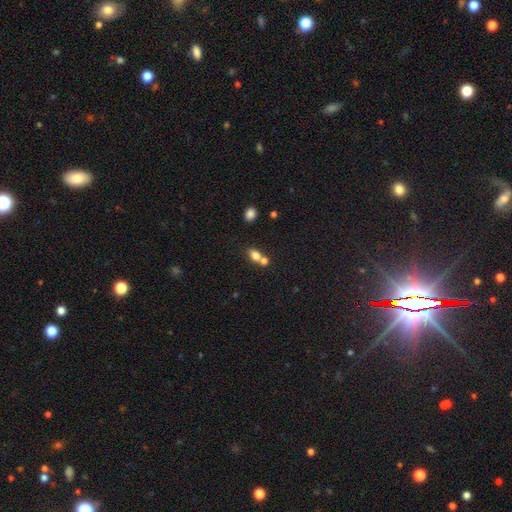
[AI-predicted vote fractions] smooth 77%, featured or disk 12%, star or artifact 11%. Down the decision tree: how rounded — in between (69%); merging — merger (52%).